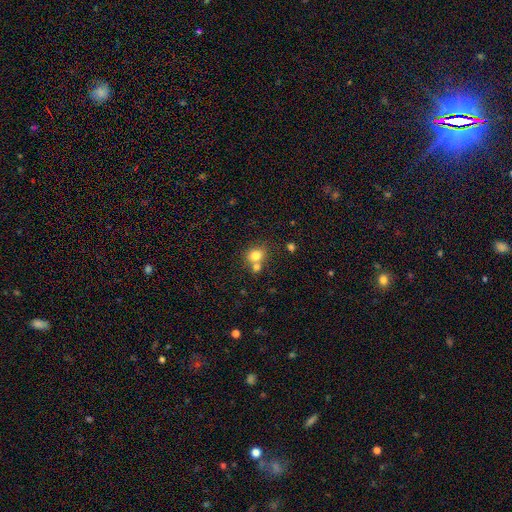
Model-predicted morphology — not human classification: Q: Smooth or featured?
A: smooth (79%); runner-up: star or artifact (11%)
Q: How rounded?
A: round (62%); runner-up: in between (37%)
Q: Merging?
A: none (46%); runner-up: merger (41%)